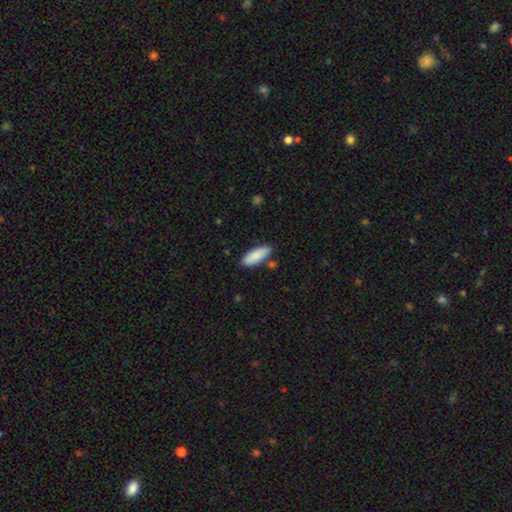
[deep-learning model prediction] Smooth or featured? Predicted: smooth (p=0.87). How rounded? Predicted: in between (p=0.74). Merging? Predicted: none (p=0.82).